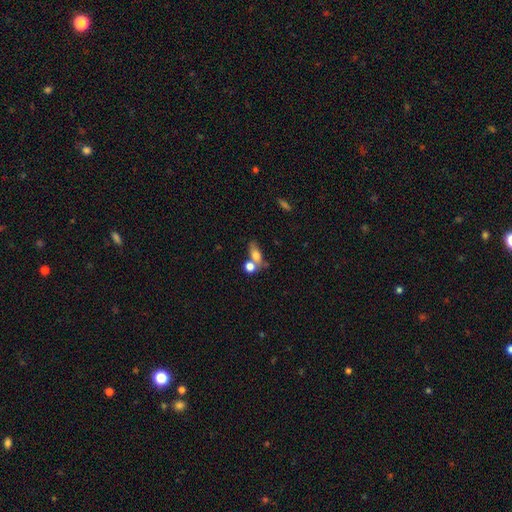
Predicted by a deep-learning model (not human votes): This appears to be a smooth galaxy with no disk features (72%) that is in between round and cigar-shaped (67%). Merging: none (40%).